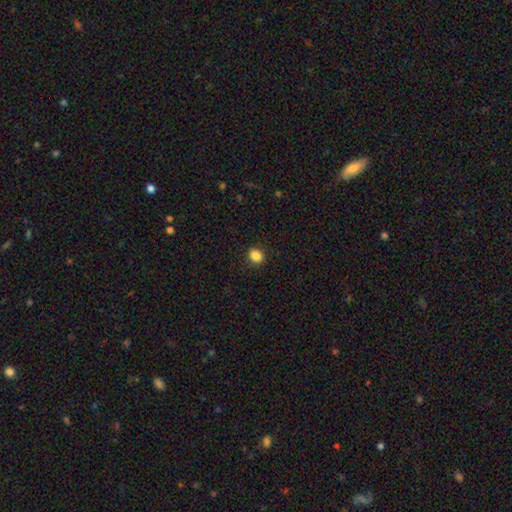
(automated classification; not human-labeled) smooth-or-featured: smooth: 87% | star or artifact: 10% | featured or disk: 3%
  how-rounded: round: 54% | in between: 45% | cigar-shaped: 1%
  merging: none: 90% | minor disturbance: 7% | major disturbance: 2% | merger: 1%